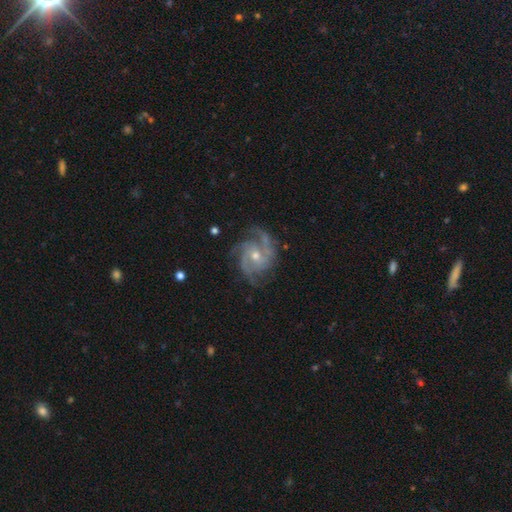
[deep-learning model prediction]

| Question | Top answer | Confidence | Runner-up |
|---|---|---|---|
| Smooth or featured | featured or disk | 91% | star or artifact (5%) |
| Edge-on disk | no | 98% | yes (2%) |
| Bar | no | 64% | weak (29%) |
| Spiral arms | yes | 98% | no (2%) |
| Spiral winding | medium | 46% | tight (44%) |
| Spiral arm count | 3 | 45% | 2 (21%) |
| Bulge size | moderate | 49% | small (47%) |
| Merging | none | 74% | minor disturbance (17%) |